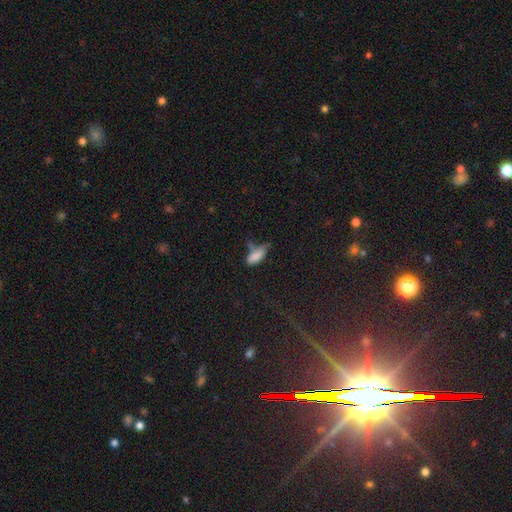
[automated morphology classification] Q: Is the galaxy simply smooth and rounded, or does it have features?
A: smooth — 80%.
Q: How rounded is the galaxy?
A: in between — 77%.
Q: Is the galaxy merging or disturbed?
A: minor disturbance — 36%.